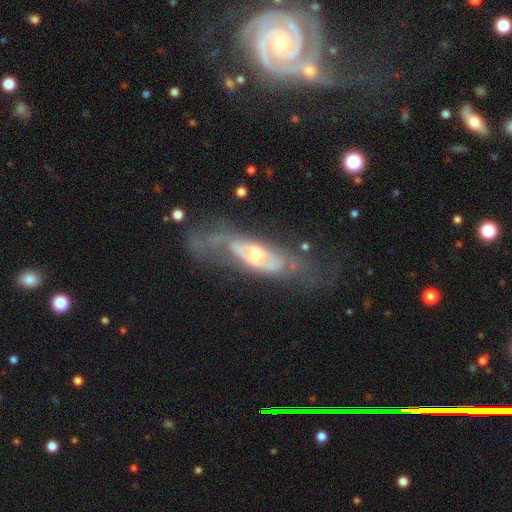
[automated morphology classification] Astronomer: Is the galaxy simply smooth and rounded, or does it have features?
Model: featured or disk — 74%.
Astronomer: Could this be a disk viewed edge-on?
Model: no — 78%.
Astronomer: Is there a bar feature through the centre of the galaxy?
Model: no — 65%.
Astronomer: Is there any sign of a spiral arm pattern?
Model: yes — 63%.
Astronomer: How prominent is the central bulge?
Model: moderate — 52% (runner-up: small, 40%).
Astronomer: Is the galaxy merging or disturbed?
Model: none — 47% (runner-up: major disturbance, 27%).